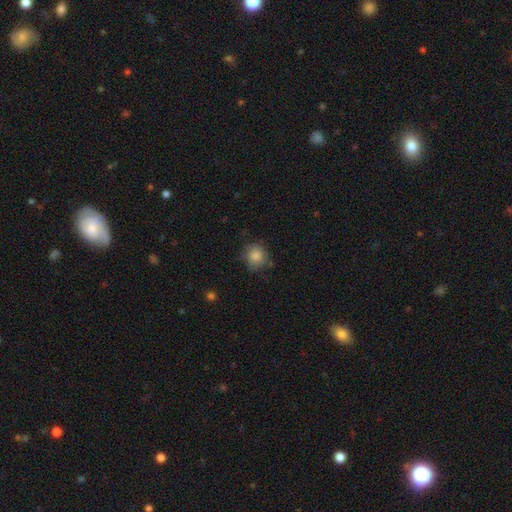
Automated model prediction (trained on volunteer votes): Q: Smooth or featured?
A: smooth (83%); runner-up: featured or disk (9%)
Q: How rounded?
A: round (84%); runner-up: in between (15%)
Q: Merging?
A: none (69%); runner-up: minor disturbance (22%)